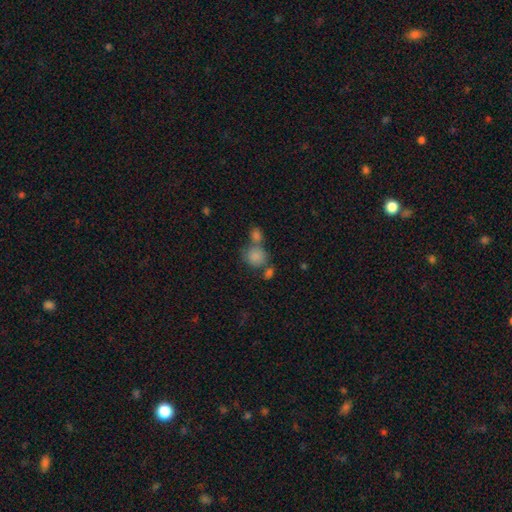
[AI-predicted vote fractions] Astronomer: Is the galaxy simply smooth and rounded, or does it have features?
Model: smooth — 83%.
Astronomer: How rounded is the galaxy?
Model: round — 74%.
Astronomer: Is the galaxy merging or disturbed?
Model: none — 43% (runner-up: merger, 40%).